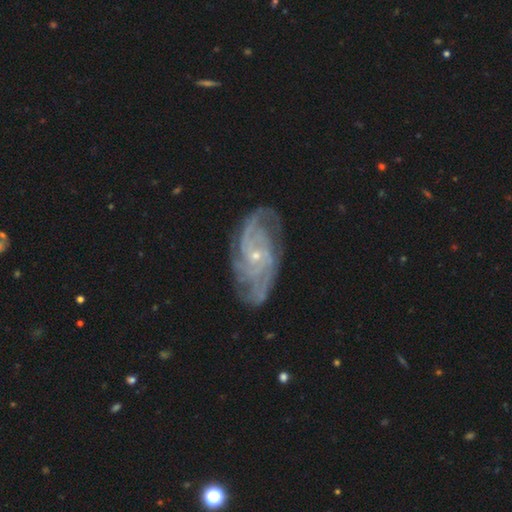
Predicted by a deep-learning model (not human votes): This appears to be a featured or disk galaxy (89%) with no bar (68%), tight (53%) spiral arms (97%) and a small central bulge (81%). Merging: none (75%).